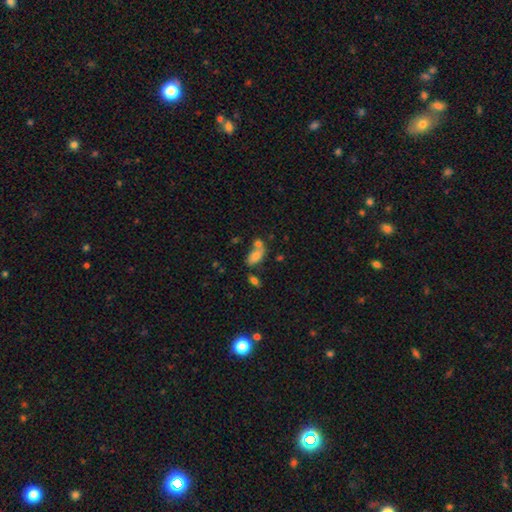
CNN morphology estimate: Smooth or featured? smooth (76%)
How rounded? in between (89%)
Merging? none (42%)